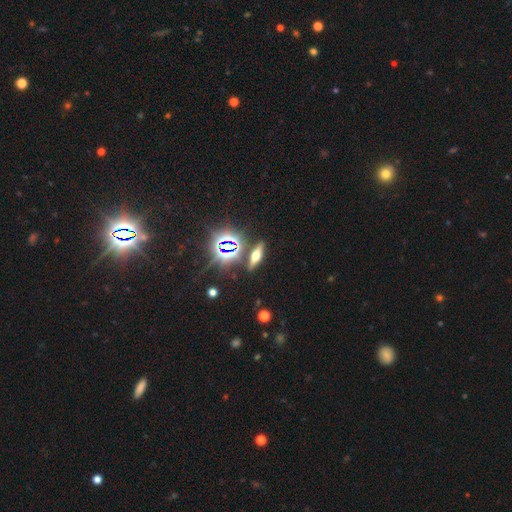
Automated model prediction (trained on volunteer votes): smooth-or-featured: featured or disk: 38% | smooth: 31% | star or artifact: 31%
  merging: none: 85% | minor disturbance: 8% | merger: 4% | major disturbance: 3%